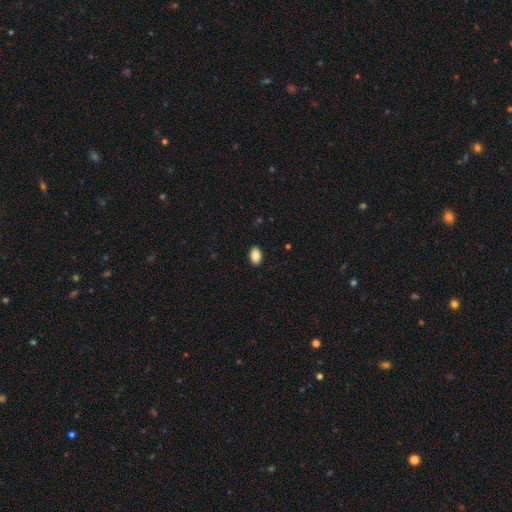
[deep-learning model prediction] smooth_or_featured: smooth (p=0.88) [alt: star or artifact p=0.07]
how_rounded: in between (p=0.90) [alt: round p=0.09]
merging: none (p=0.90) [alt: minor disturbance p=0.07]